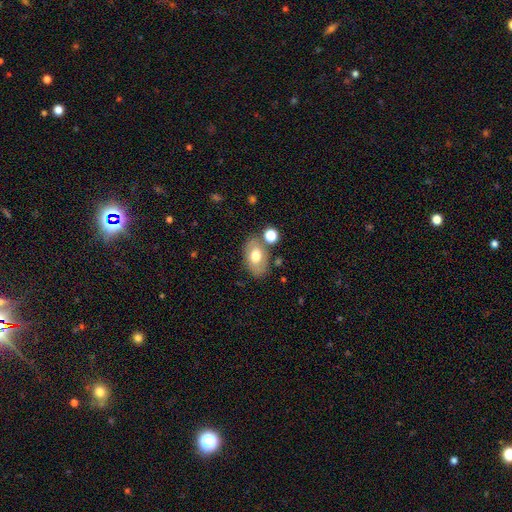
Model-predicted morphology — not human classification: Smooth or featured?
  - smooth: 62% *
  - featured or disk: 30%
  - star or artifact: 8%
How rounded?
  - in between: 86% *
  - round: 13%
  - cigar-shaped: 1%
Merging?
  - none: 69% *
  - minor disturbance: 15%
  - merger: 10%
  - major disturbance: 5%